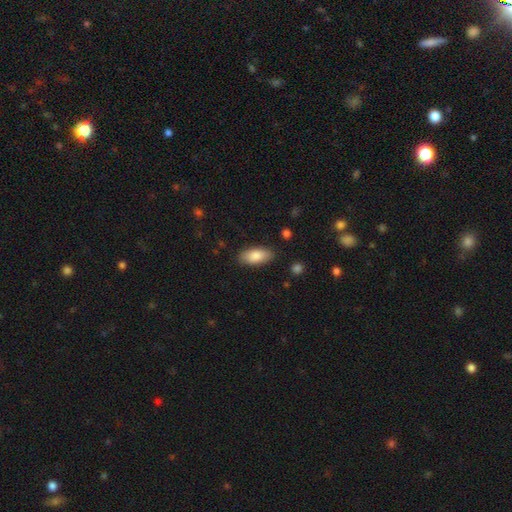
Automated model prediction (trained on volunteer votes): Smooth or featured: smooth — 83% (featured or disk — 11%)
How rounded: in between — 88% (cigar-shaped — 10%)
Merging: none — 86% (minor disturbance — 10%)